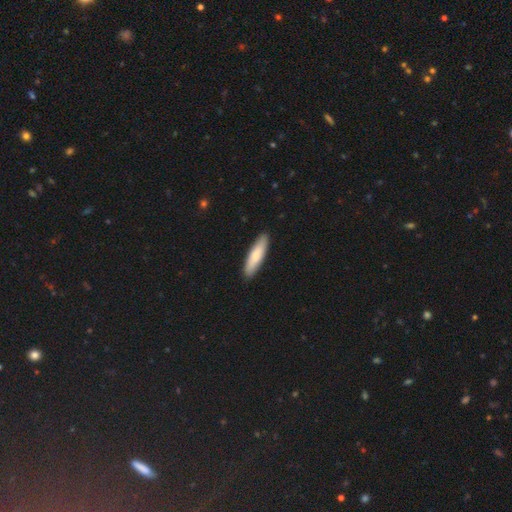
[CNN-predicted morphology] This is clearly a smooth galaxy (82%). How rounded: likely cigar-shaped (69%). Merging: clearly none (90%).